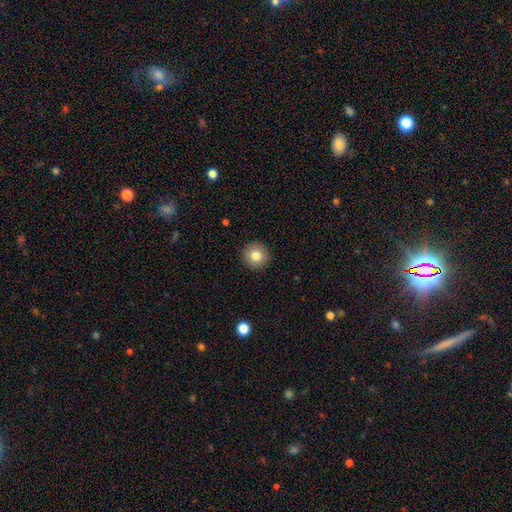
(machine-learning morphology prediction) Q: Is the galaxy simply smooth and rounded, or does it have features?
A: smooth — 81%.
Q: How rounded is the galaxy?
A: round — 95%.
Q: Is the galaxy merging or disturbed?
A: none — 92%.